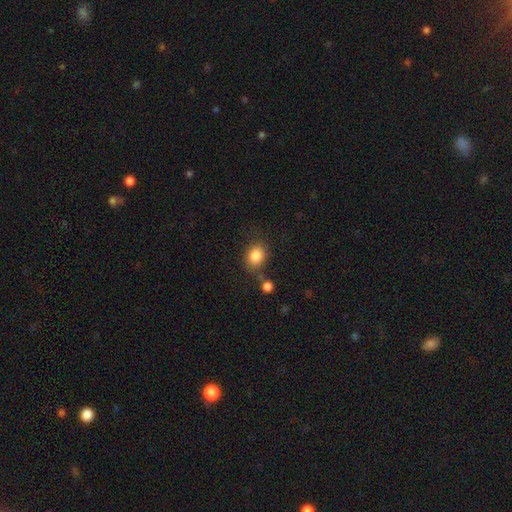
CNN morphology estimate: This is clearly a smooth galaxy (86%). How rounded: possibly round (50%). Merging: likely none (69%).